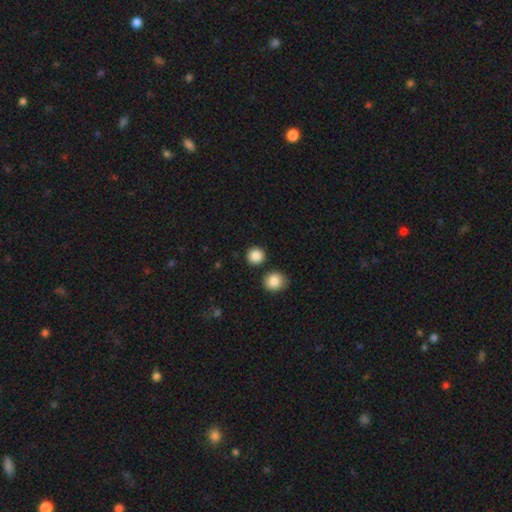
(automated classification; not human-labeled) Smooth or featured? smooth (87%)
How rounded? round (92%)
Merging? none (87%)